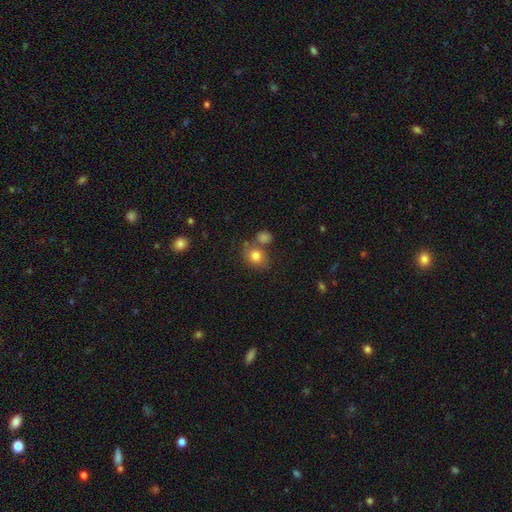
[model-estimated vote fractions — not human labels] This is likely a smooth galaxy (79%). How rounded: likely round (66%). Merging: possibly none (60%).